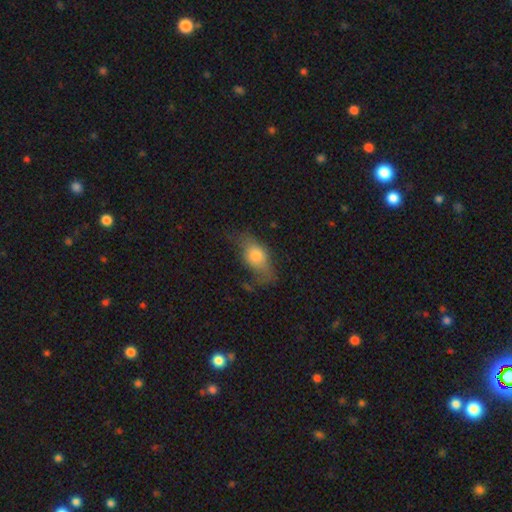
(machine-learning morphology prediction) Overall: smooth (68%). How rounded: in between (81%). Merging: none (43%; minor disturbance 31%).